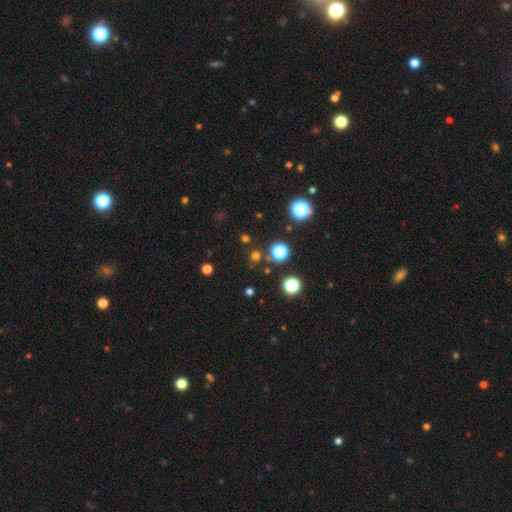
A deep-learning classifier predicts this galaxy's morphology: Smooth or featured? Predicted: smooth (p=0.60). How rounded? Predicted: round (p=0.93). Merging? Predicted: none (p=0.85).